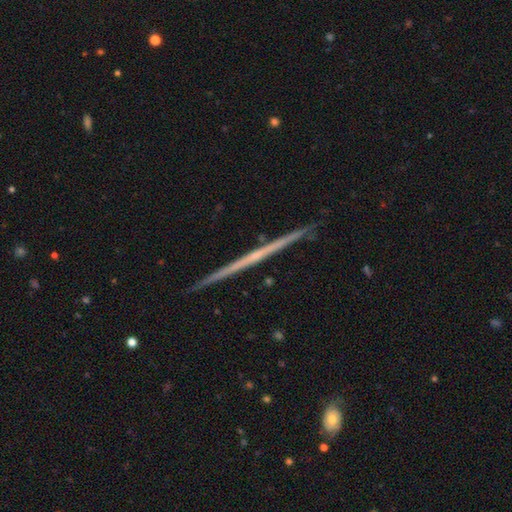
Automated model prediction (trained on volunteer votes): A featured or disk galaxy (74%) viewed edge-on (98%) with no central bulge (82%).

Vote fractions:
- Smooth or featured? featured or disk: 74% / smooth: 20% / star or artifact: 6%
- Edge-on disk? yes: 98% / no: 2%
- Edge-on bulge? none: 82% / rounded: 14% / boxy: 4%
- Merging? none: 92% / minor disturbance: 5% / merger: 1% / major disturbance: 1%